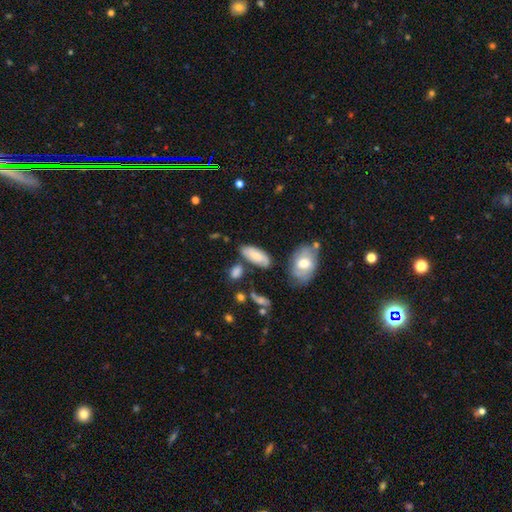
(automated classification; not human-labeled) smooth_or_featured: smooth (p=0.67) [alt: featured or disk p=0.24]
how_rounded: in between (p=0.84) [alt: cigar-shaped p=0.12]
merging: none (p=0.67) [alt: minor disturbance p=0.19]